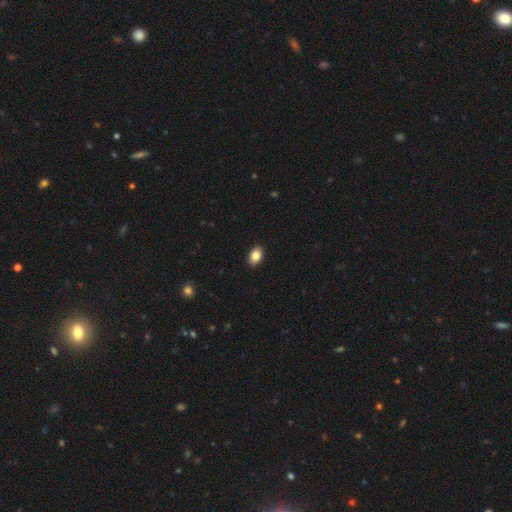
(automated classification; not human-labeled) smooth_or_featured: smooth (p=0.86) [alt: star or artifact p=0.08]
how_rounded: in between (p=0.85) [alt: round p=0.14]
merging: none (p=0.90) [alt: minor disturbance p=0.07]